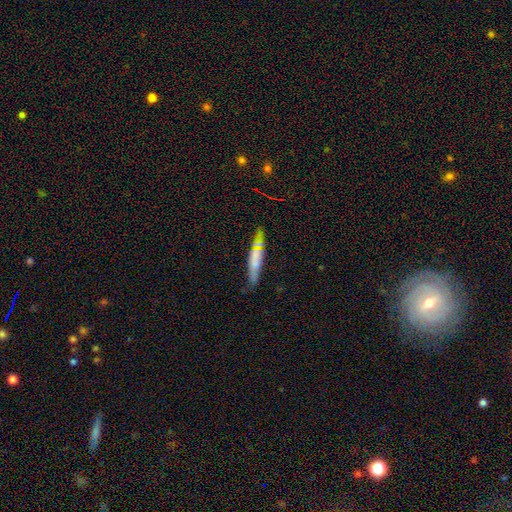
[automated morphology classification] A smooth galaxy with no disk features (53%) that is cigar-shaped (86%).

Vote fractions:
- Smooth or featured? smooth: 53% / featured or disk: 38% / star or artifact: 9%
- How rounded? cigar-shaped: 86% / in between: 12% / round: 2%
- Merging? none: 67% / minor disturbance: 21% / major disturbance: 6% / merger: 6%